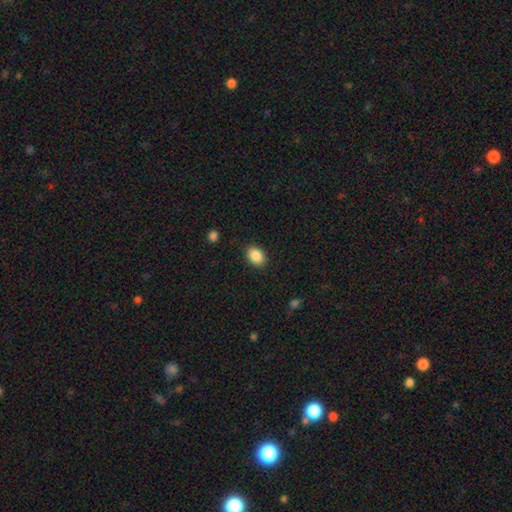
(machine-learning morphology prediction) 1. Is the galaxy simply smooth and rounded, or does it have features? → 88% smooth, 8% star or artifact, 4% featured or disk.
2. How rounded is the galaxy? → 74% in between, 25% round, 1% cigar-shaped.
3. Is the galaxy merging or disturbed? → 88% none, 9% minor disturbance, 3% major disturbance, 1% merger.